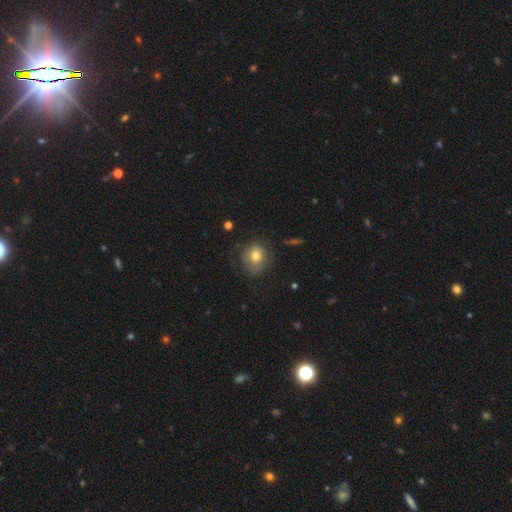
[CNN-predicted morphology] smooth 72%, featured or disk 19%, star or artifact 9%. Down the decision tree: how rounded — round (81%); merging — none (67%).